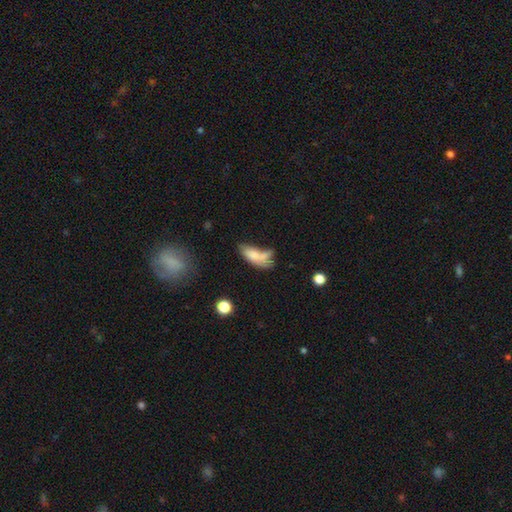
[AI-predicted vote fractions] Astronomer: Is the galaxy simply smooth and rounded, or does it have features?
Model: smooth — 70%.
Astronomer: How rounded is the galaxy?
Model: in between — 72%.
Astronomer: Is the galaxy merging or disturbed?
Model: merger — 33% (runner-up: none, 31%).